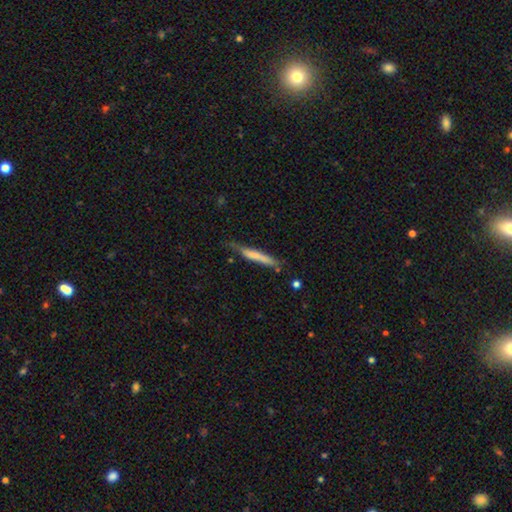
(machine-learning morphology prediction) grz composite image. It shows a smooth galaxy with no disk features (63%) that is cigar-shaped (94%). Merging: none (62%).